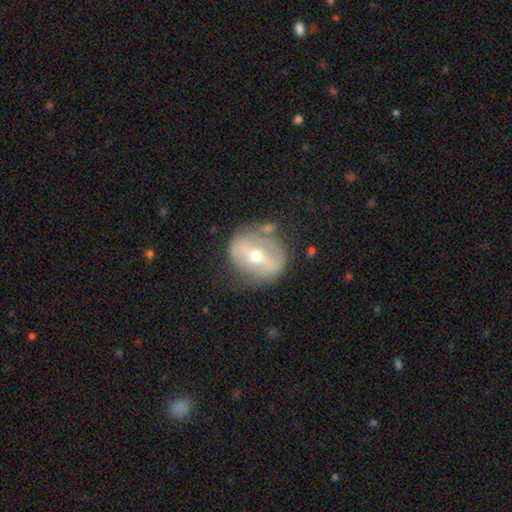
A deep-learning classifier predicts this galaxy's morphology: featured or disk 62%, smooth 30%, star or artifact 8%. Down the decision tree: edge-on disk — no (88%); bar — strong (53%); spiral arms — no (69%); bulge size — moderate (56%); merging — none (72%).